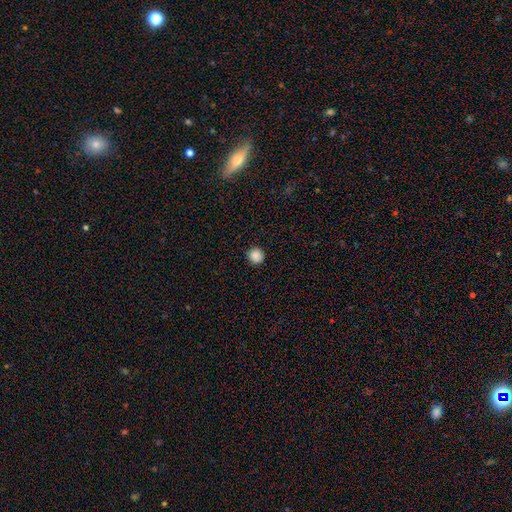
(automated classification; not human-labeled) The model was most divided on "smooth or featured": smooth: 88%, star or artifact: 10%, featured or disk: 3%. More confident: how rounded — round (94%); merging — none (92%).